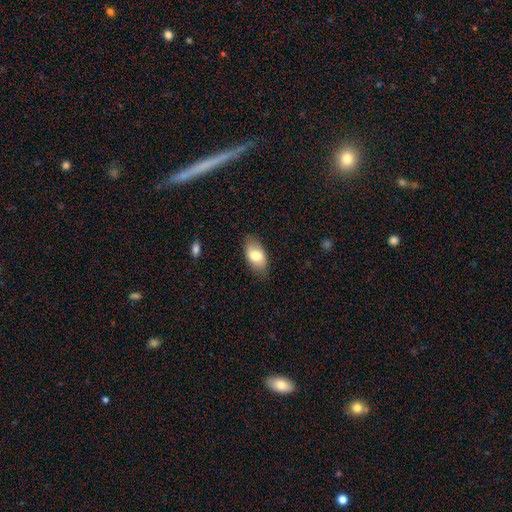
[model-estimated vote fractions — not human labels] Smooth or featured?
  - smooth: 76% *
  - featured or disk: 17%
  - star or artifact: 6%
How rounded?
  - in between: 93% *
  - round: 4%
  - cigar-shaped: 3%
Merging?
  - none: 82% *
  - minor disturbance: 14%
  - major disturbance: 3%
  - merger: 1%